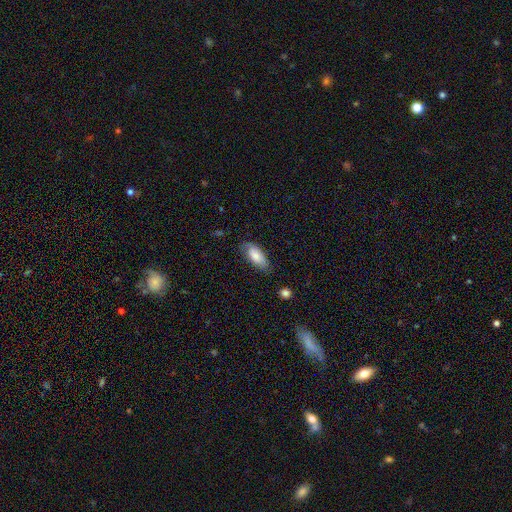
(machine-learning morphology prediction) The model was most divided on "merging": none: 71%, minor disturbance: 22%, major disturbance: 5%, merger: 1%. More confident: how rounded — in between (88%); smooth or featured — smooth (76%).